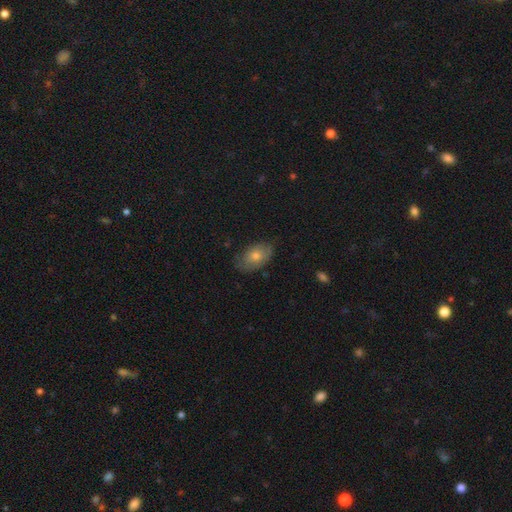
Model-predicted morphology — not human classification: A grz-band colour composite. It shows a smooth galaxy with no disk features (66%) that is in between round and cigar-shaped (89%). Merging: none (72%).